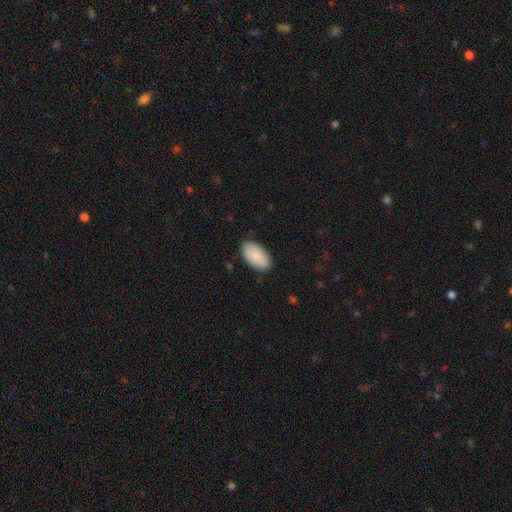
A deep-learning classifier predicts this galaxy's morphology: Smooth or featured? Predicted: smooth (p=0.85). How rounded? Predicted: in between (p=0.96). Merging? Predicted: none (p=0.82).